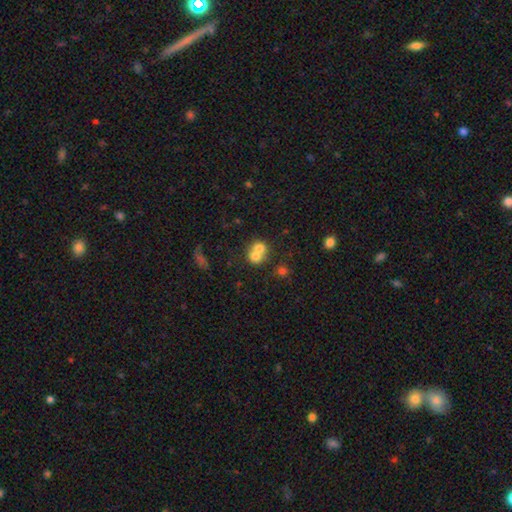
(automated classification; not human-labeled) smooth_or_featured: smooth (p=0.68) [alt: featured or disk p=0.20]
how_rounded: round (p=0.74) [alt: in between p=0.25]
merging: merger (p=0.67) [alt: none p=0.25]